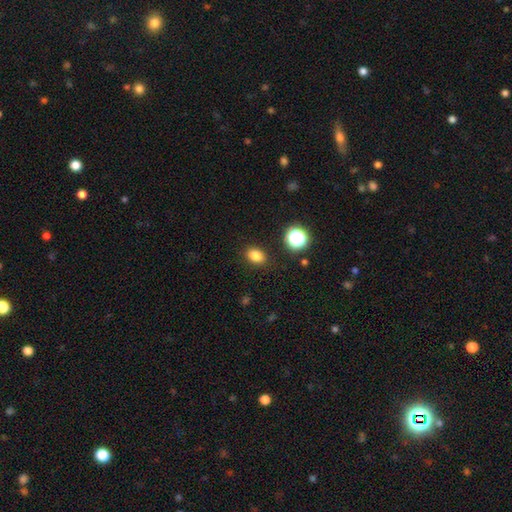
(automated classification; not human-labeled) Smooth or featured? Predicted: smooth (p=0.82). How rounded? Predicted: in between (p=0.69). Merging? Predicted: none (p=0.88).